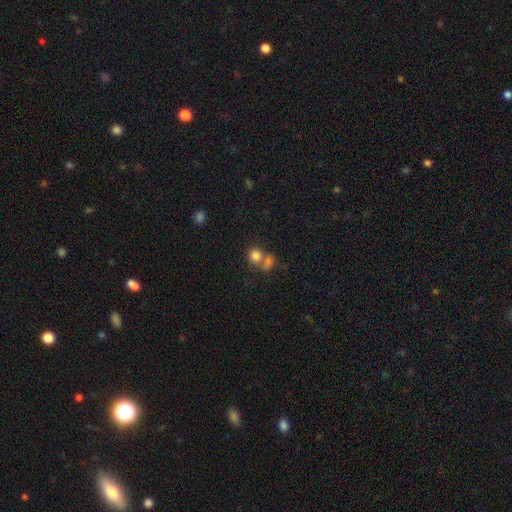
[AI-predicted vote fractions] A smooth galaxy with no disk features (79%) that is round (82%).

Vote fractions:
- Smooth or featured? smooth: 79% / star or artifact: 12% / featured or disk: 9%
- How rounded? round: 82% / in between: 17% / cigar-shaped: 1%
- Merging? merger: 48% / none: 40% / minor disturbance: 7% / major disturbance: 4%